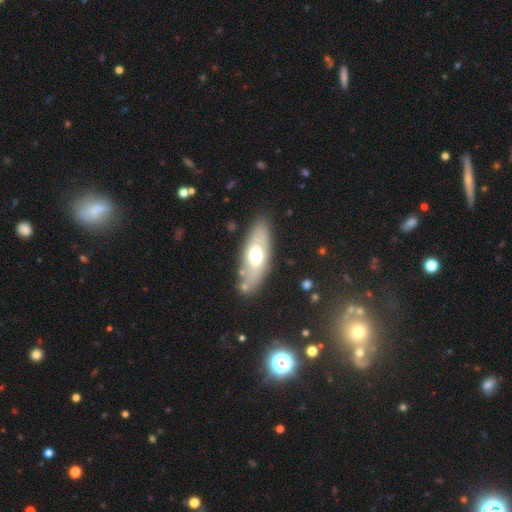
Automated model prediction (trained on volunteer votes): Smooth or featured?
  - smooth: 56% *
  - featured or disk: 37%
  - star or artifact: 7%
How rounded?
  - in between: 73% *
  - cigar-shaped: 23%
  - round: 4%
Merging?
  - none: 78% *
  - minor disturbance: 13%
  - major disturbance: 5%
  - merger: 4%